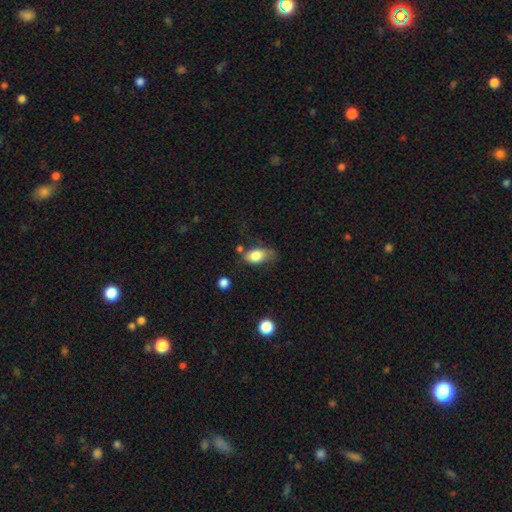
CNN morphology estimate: Q: Smooth or featured?
A: smooth (81%); runner-up: featured or disk (12%)
Q: How rounded?
A: in between (88%); runner-up: round (8%)
Q: Merging?
A: none (45%); runner-up: minor disturbance (34%)